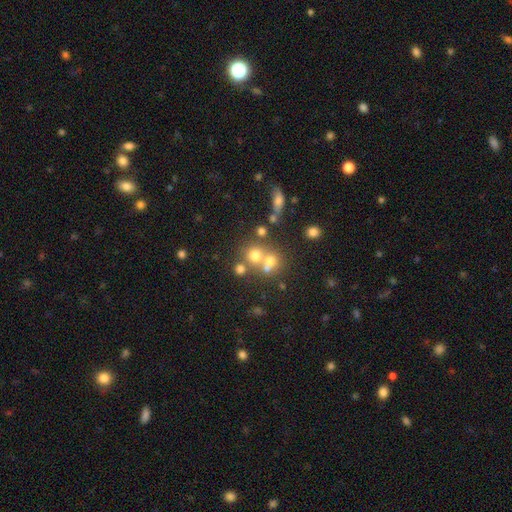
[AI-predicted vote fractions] Morphology: type=smooth (64%); roundness=round (85%); merging=none (47%).